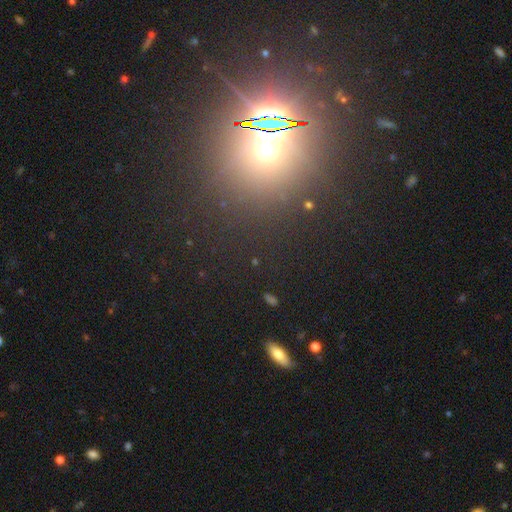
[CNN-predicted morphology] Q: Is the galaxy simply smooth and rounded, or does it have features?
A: star or artifact — 70%.